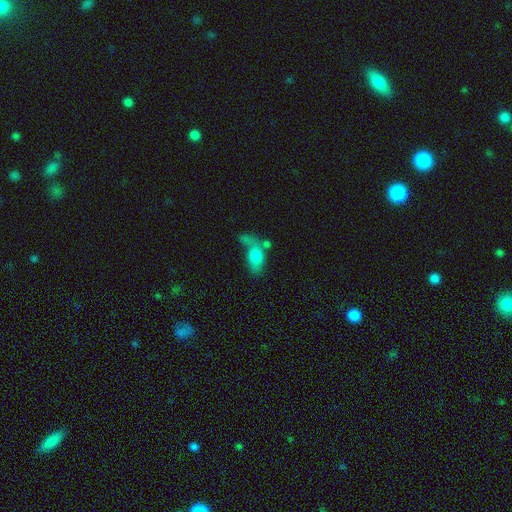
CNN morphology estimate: Q: Smooth or featured?
A: smooth (69%); runner-up: featured or disk (22%)
Q: How rounded?
A: in between (81%); runner-up: round (13%)
Q: Merging?
A: merger (33%); runner-up: major disturbance (25%)